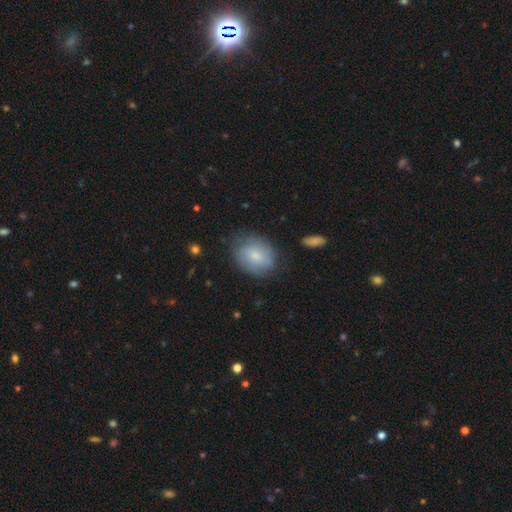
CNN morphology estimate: The model was most divided on "how rounded": in between: 51%, round: 48%, cigar-shaped: 1%. More confident: smooth or featured — smooth (73%); merging — none (72%).